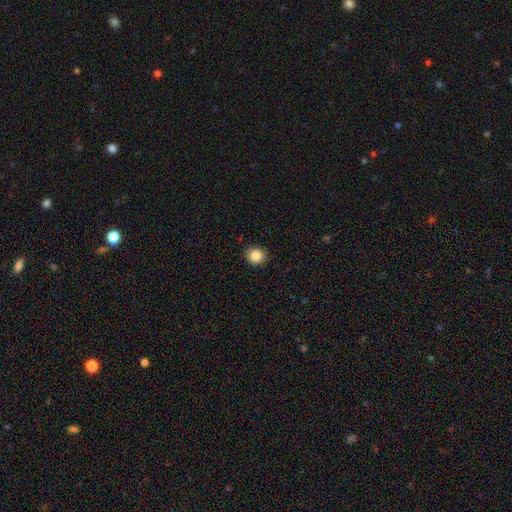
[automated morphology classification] smooth-or-featured: smooth: 85% | star or artifact: 10% | featured or disk: 5%
  how-rounded: round: 84% | in between: 15% | cigar-shaped: 1%
  merging: none: 91% | minor disturbance: 7% | major disturbance: 2% | merger: 1%